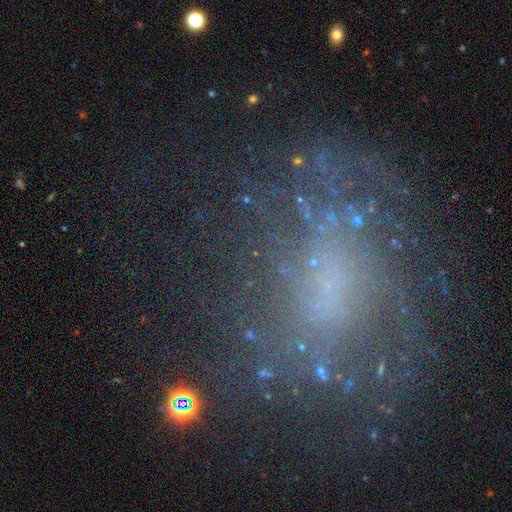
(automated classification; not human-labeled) Smooth or featured: featured or disk — 49% (star or artifact — 27%)
Merging: none — 61% (minor disturbance — 18%)